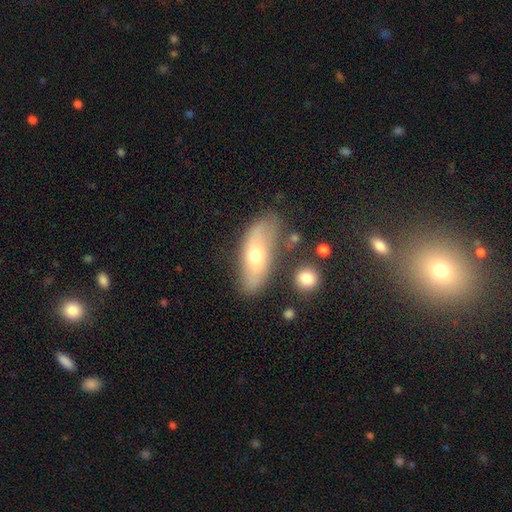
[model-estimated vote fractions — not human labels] Smooth or featured? smooth (53%)
How rounded? in between (77%)
Merging? none (66%)